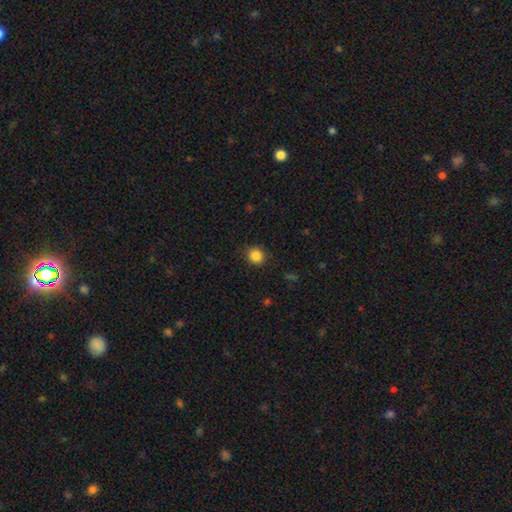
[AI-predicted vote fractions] This appears to be a smooth galaxy with no disk features (86%) that is round (87%). Merging: none (87%).